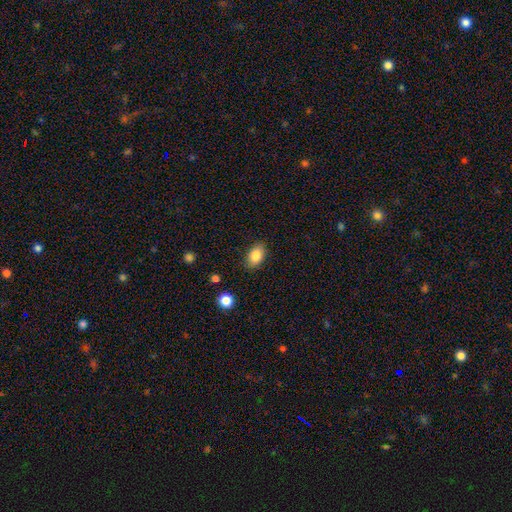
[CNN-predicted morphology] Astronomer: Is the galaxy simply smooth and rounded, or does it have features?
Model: smooth — 85%.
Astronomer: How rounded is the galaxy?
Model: in between — 87%.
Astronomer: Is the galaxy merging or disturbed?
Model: none — 86%.